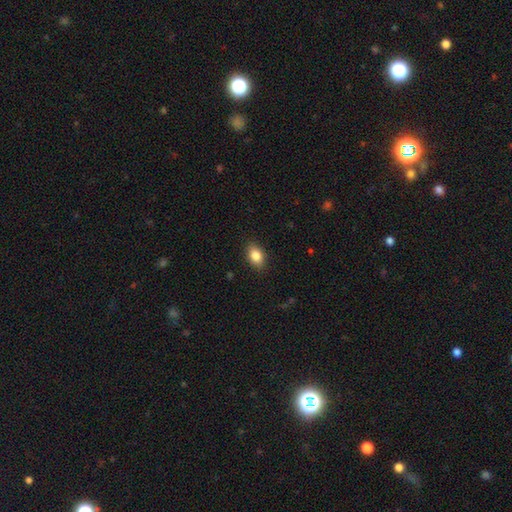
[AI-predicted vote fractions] A smooth galaxy with no disk features (84%) that is in between round and cigar-shaped (81%). Merging: none (88%).